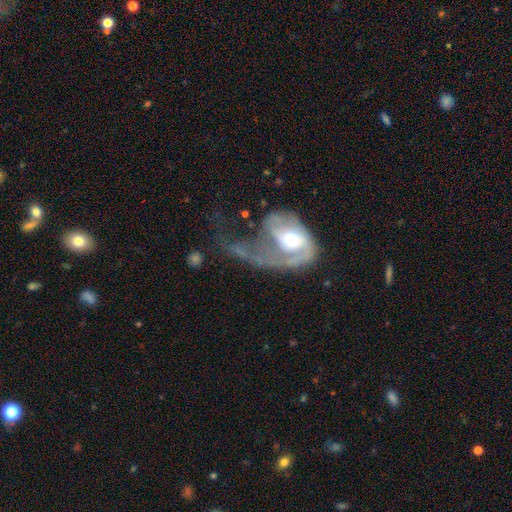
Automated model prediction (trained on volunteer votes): featured or disk 79%, smooth 15%, star or artifact 6%. Down the decision tree: edge-on disk — no (97%); bar — no (58%); spiral arms — yes (84%); spiral arm count — 1 (67%); spiral winding — loose (41%); bulge size — moderate (68%); merging — major disturbance (54%).